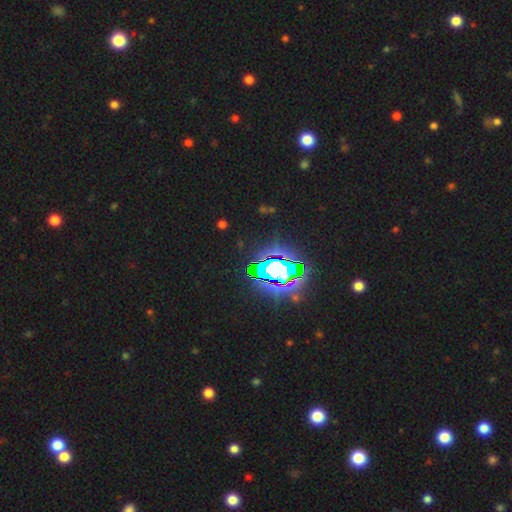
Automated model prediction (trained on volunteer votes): Q: Smooth or featured?
A: star or artifact (81%); runner-up: smooth (10%)